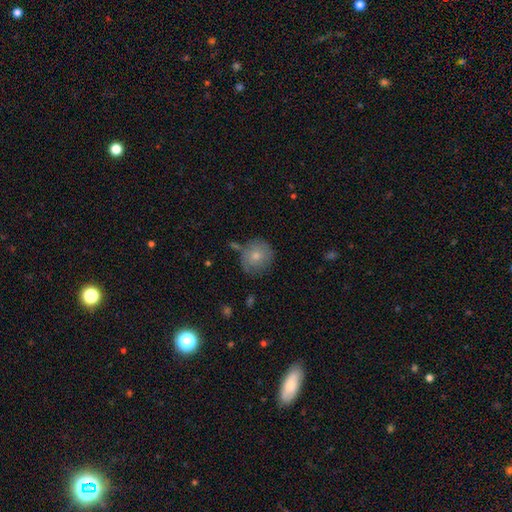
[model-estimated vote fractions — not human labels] This is likely a smooth galaxy (74%). How rounded: clearly round (88%). Merging: likely none (68%).